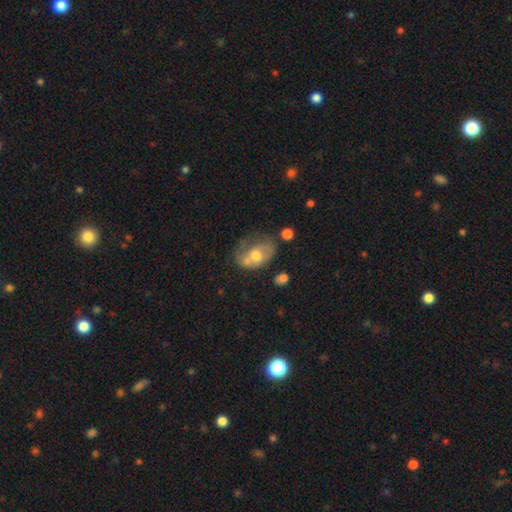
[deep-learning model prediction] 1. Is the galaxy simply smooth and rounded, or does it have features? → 50% featured or disk, 42% smooth, 8% star or artifact.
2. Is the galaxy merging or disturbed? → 32% none, 28% minor disturbance, 28% major disturbance, 12% merger.